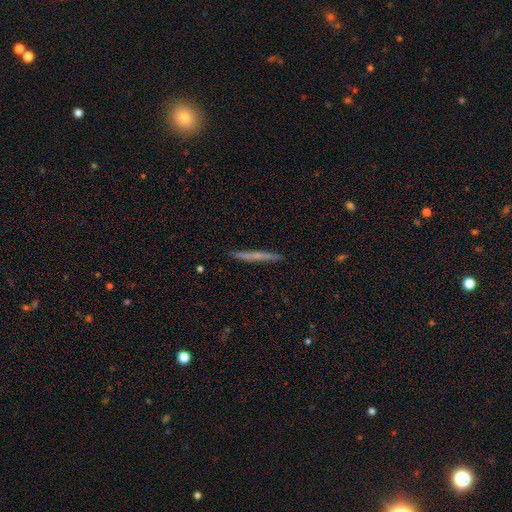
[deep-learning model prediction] Smooth or featured?
  - smooth: 47% * (tied)
  - featured or disk: 47% * (tied)
  - star or artifact: 7%
Merging?
  - none: 90% *
  - minor disturbance: 7%
  - major disturbance: 1%
  - merger: 1%